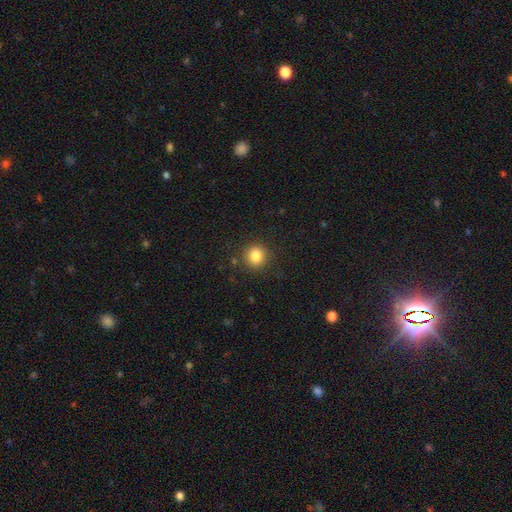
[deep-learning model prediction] smooth-or-featured: smooth: 84% | star or artifact: 11% | featured or disk: 5%
  how-rounded: round: 90% | in between: 9% | cigar-shaped: 1%
  merging: none: 89% | minor disturbance: 7% | major disturbance: 3% | merger: 2%